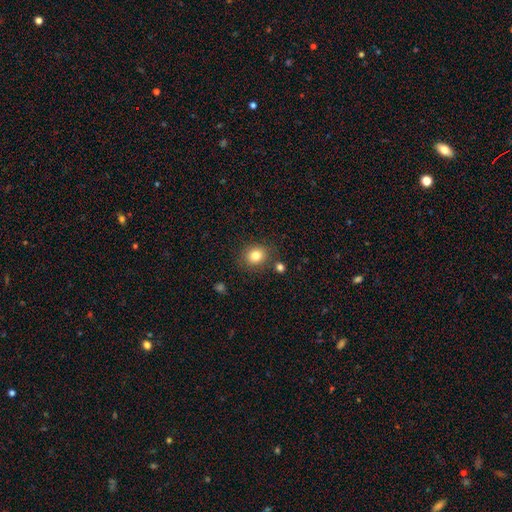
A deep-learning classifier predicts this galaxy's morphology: Smooth or featured? Predicted: smooth (p=0.82). How rounded? Predicted: round (p=0.69). Merging? Predicted: none (p=0.80).